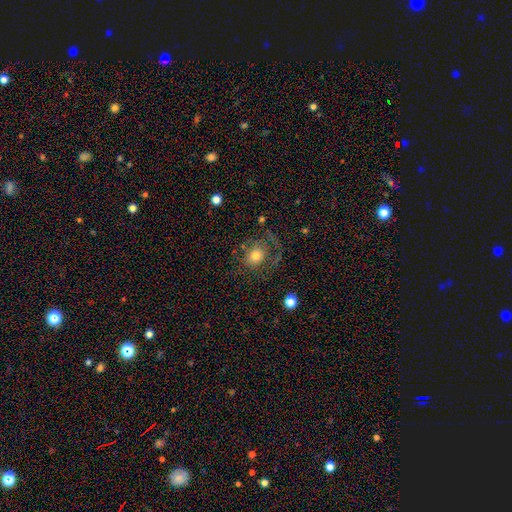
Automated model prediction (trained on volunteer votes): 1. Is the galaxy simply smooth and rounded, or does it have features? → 61% smooth, 28% featured or disk, 11% star or artifact.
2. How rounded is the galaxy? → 61% round, 38% in between, 1% cigar-shaped.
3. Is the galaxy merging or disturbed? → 53% none, 25% major disturbance, 19% minor disturbance, 3% merger.